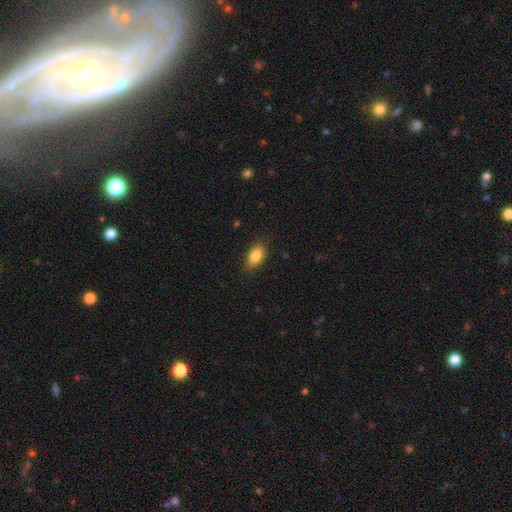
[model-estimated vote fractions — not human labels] This appears to be a smooth galaxy with no disk features (84%) that is in between round and cigar-shaped (88%). Merging: none (84%).